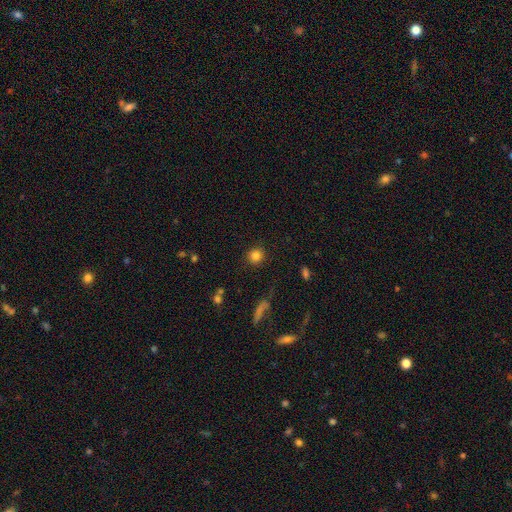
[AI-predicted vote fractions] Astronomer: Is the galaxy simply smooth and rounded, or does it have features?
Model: smooth — 83%.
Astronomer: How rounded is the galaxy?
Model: round — 91%.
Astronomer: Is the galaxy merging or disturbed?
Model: none — 89%.